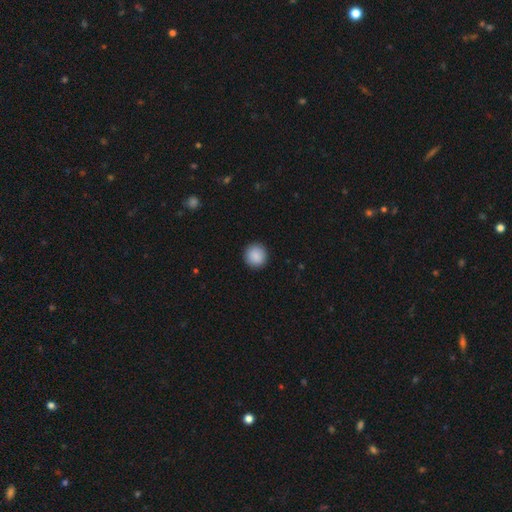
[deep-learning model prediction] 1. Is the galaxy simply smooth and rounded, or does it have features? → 89% smooth, 7% star or artifact, 4% featured or disk.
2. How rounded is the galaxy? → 94% round, 5% in between, 1% cigar-shaped.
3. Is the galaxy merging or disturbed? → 92% none, 5% minor disturbance, 2% major disturbance, 1% merger.